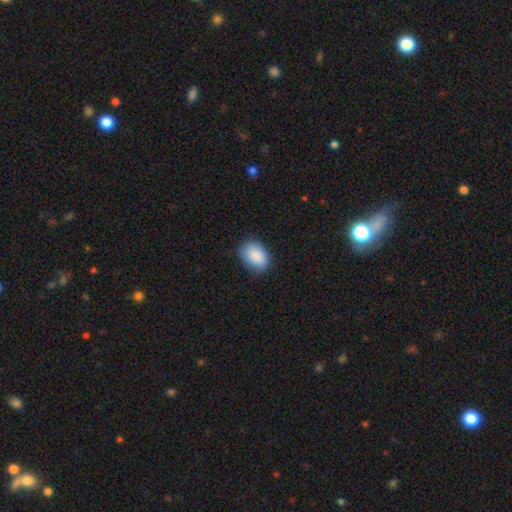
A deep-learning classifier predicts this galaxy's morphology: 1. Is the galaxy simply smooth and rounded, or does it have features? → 90% smooth, 6% star or artifact, 4% featured or disk.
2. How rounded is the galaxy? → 83% in between, 16% round, 1% cigar-shaped.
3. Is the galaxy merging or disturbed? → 83% none, 13% minor disturbance, 3% major disturbance, 1% merger.